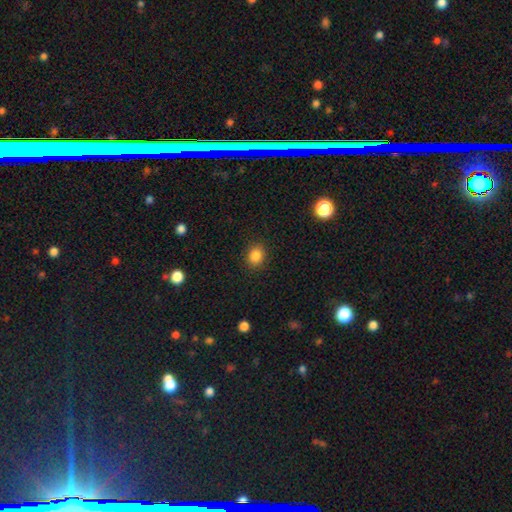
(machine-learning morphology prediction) Overall: smooth (85%). How rounded: round (57%; in between 42%). Merging: none (89%).